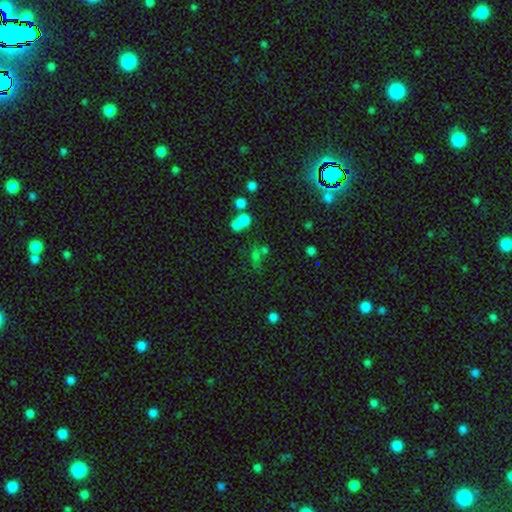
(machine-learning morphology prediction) smooth_or_featured: smooth (p=0.53) [alt: star or artifact p=0.31]
how_rounded: round (p=0.61) [alt: in between p=0.34]
merging: none (p=0.46) [alt: merger p=0.36]